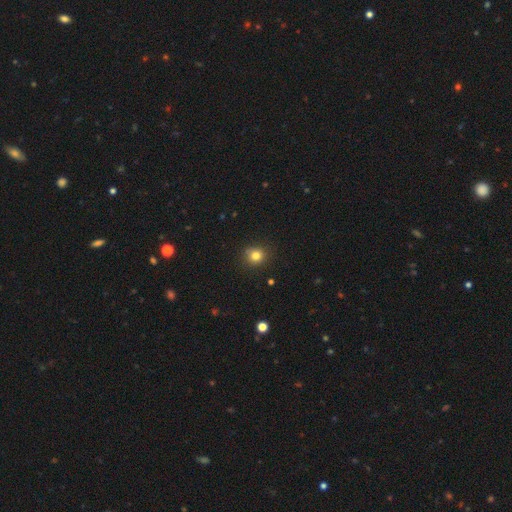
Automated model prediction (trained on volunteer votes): This is clearly a smooth galaxy (81%). How rounded: clearly round (84%). Merging: clearly none (86%).